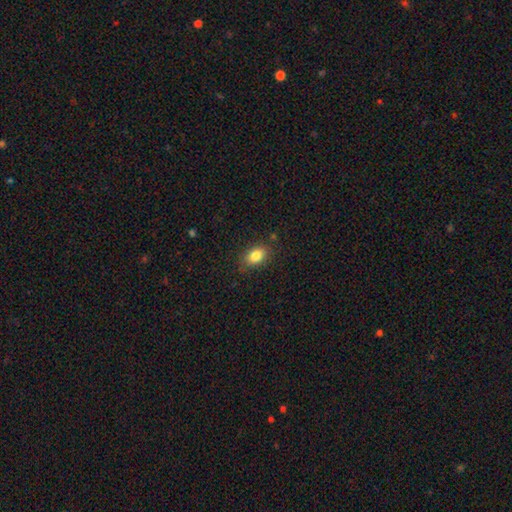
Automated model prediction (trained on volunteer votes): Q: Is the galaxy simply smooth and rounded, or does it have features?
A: smooth — 83%.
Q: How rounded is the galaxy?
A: in between — 83%.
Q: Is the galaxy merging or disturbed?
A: none — 83%.